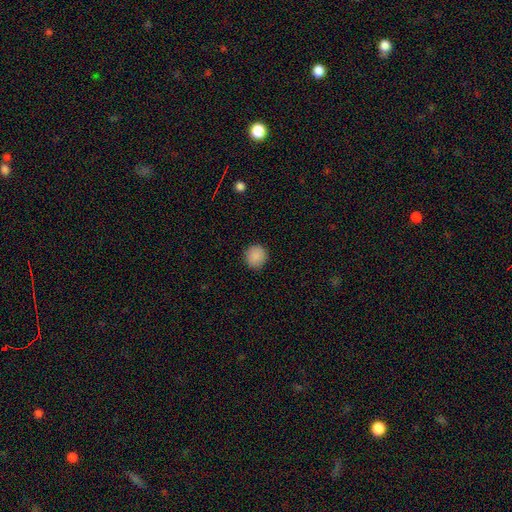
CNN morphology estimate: smooth-or-featured: smooth: 89% | star or artifact: 8% | featured or disk: 3%
  how-rounded: round: 92% | in between: 7% | cigar-shaped: 1%
  merging: none: 91% | minor disturbance: 6% | major disturbance: 2% | merger: 1%